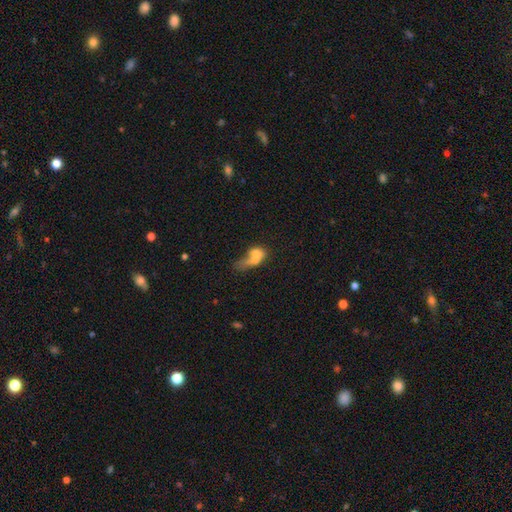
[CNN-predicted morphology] The model was most divided on "merging": merger: 50%, major disturbance: 26%, none: 14%, minor disturbance: 10%. More confident: smooth or featured — smooth (63%); how rounded — in between (61%).